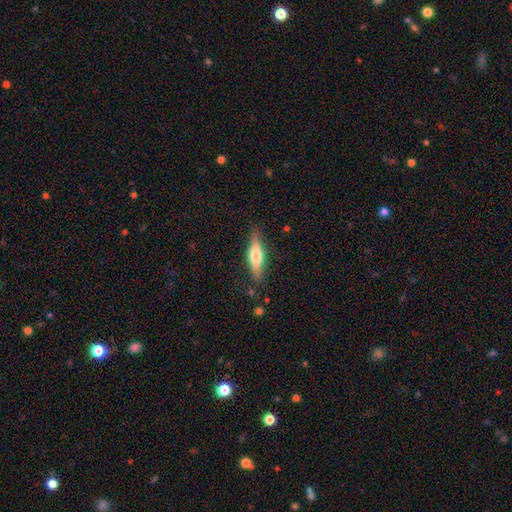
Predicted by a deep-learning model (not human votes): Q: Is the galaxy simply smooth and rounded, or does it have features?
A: smooth — 55%.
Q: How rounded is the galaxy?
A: cigar-shaped — 64%.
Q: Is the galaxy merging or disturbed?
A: none — 83%.